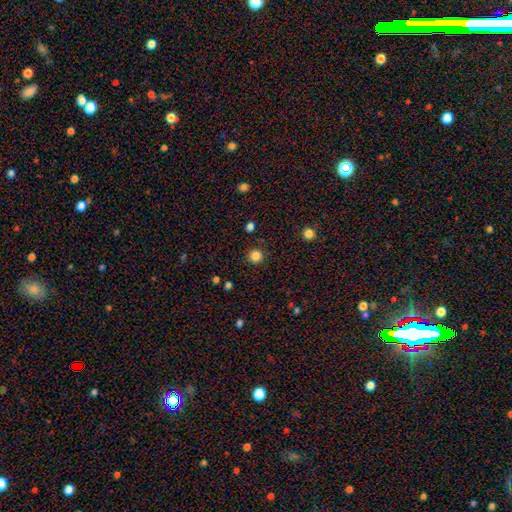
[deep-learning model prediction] Smooth or featured? smooth (84%)
How rounded? round (94%)
Merging? none (90%)